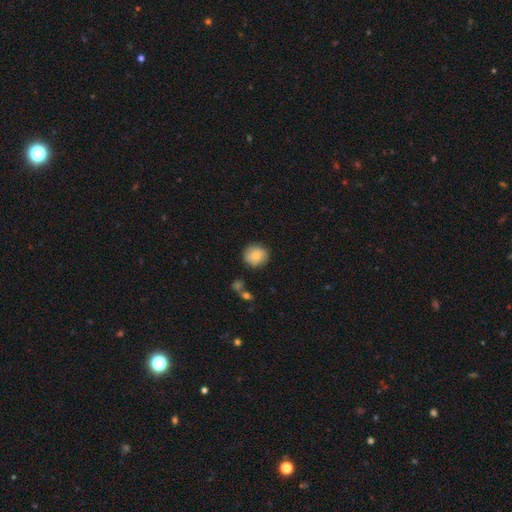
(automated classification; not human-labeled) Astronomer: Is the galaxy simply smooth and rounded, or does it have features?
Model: smooth — 79%.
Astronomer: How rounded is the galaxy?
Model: round — 86%.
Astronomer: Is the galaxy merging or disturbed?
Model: none — 82%.